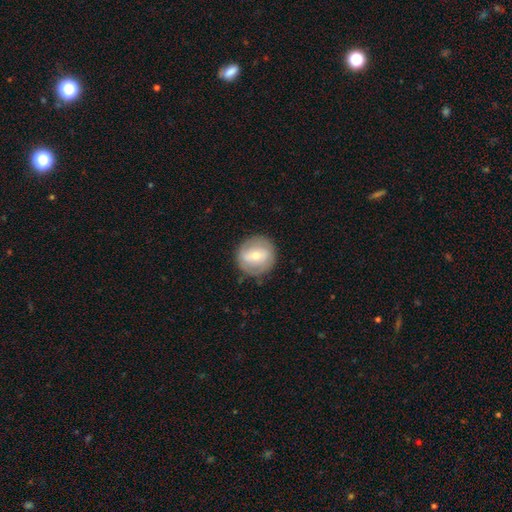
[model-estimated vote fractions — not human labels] smooth_or_featured: smooth (p=0.47) [alt: featured or disk p=0.46]
merging: none (p=0.84) [alt: minor disturbance p=0.11]